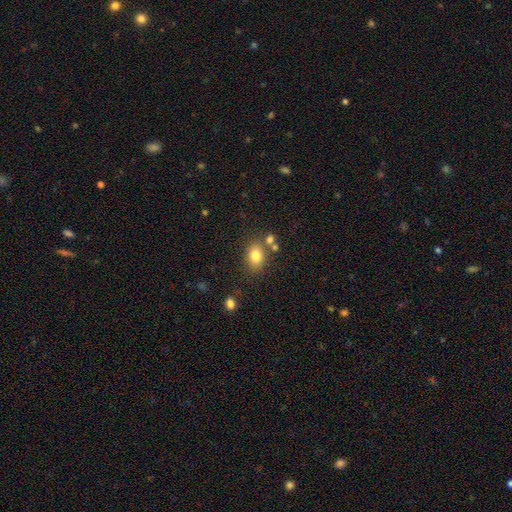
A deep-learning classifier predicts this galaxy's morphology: This appears to be a smooth galaxy with no disk features (79%) that is in between round and cigar-shaped (70%). Merging: none (71%).